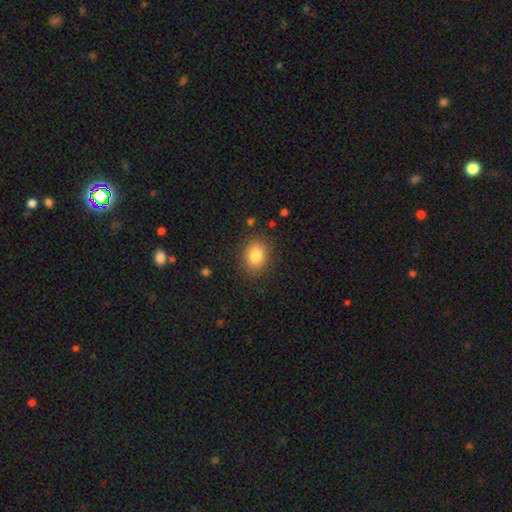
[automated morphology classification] A smooth galaxy with no disk features (82%) that is round (55%). Merging: none (86%).